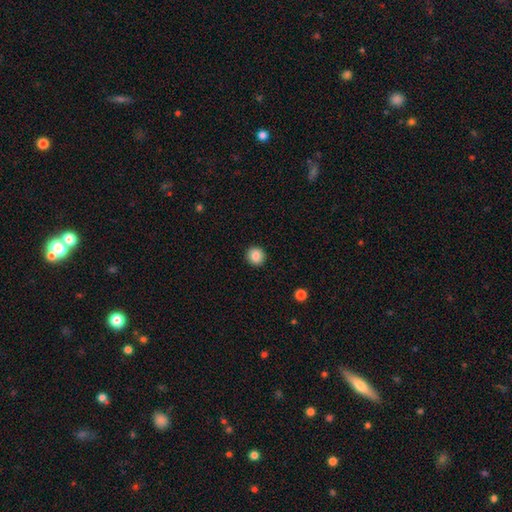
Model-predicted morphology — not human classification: smooth-or-featured: smooth: 87% | star or artifact: 9% | featured or disk: 4%
  how-rounded: round: 92% | in between: 7% | cigar-shaped: 1%
  merging: none: 92% | minor disturbance: 5% | major disturbance: 2% | merger: 1%